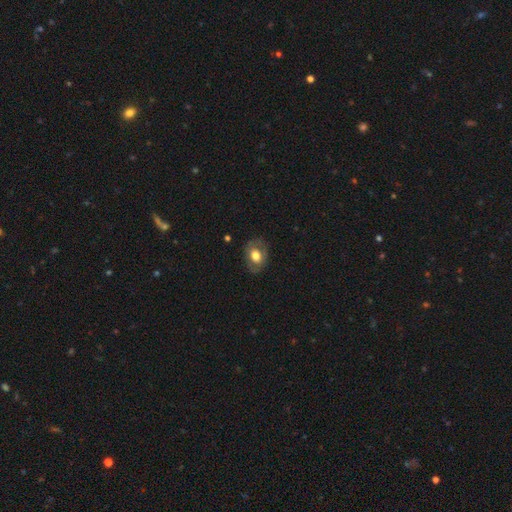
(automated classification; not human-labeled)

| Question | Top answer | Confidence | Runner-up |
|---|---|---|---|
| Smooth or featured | smooth | 58% | featured or disk (34%) |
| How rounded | in between | 68% | round (31%) |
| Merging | none | 77% | minor disturbance (16%) |